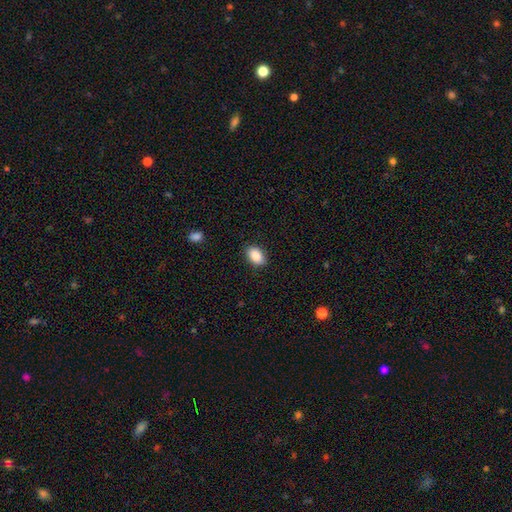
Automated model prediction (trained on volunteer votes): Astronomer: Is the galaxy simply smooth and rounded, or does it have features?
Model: smooth — 87%.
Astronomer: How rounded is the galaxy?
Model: in between — 88%.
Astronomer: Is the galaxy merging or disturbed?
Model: none — 88%.